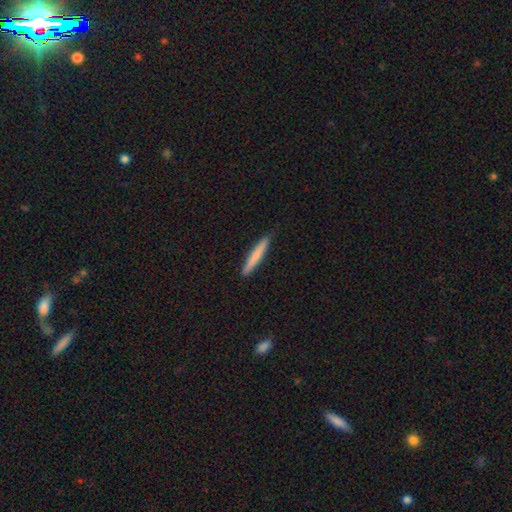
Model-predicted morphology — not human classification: A smooth galaxy with no disk features (74%) that is cigar-shaped (95%). Merging: none (89%).